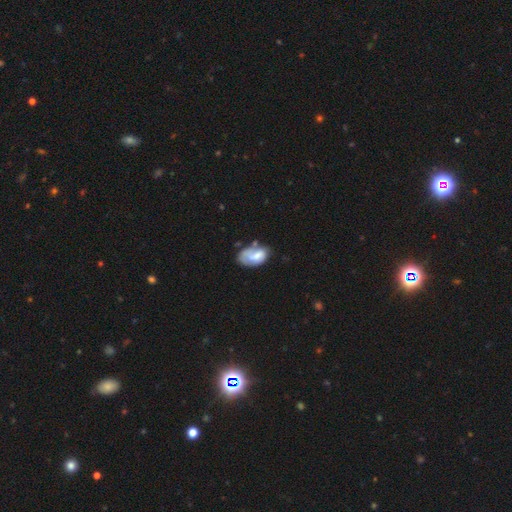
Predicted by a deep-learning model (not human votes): Smooth or featured? Predicted: smooth (p=0.59). How rounded? Predicted: in between (p=0.91). Merging? Predicted: none (p=0.36).